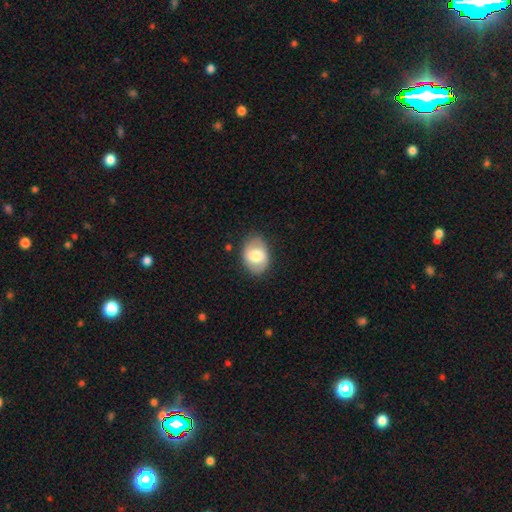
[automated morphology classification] smooth 58%, featured or disk 35%, star or artifact 7%. Down the decision tree: how rounded — in between (73%); merging — none (79%).